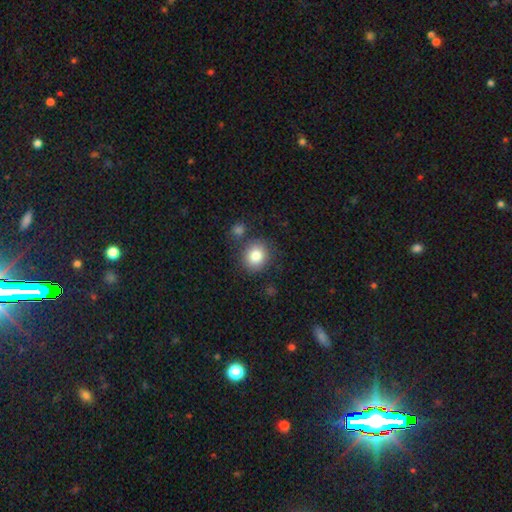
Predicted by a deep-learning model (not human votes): The model was most divided on "how rounded": round: 79%, in between: 20%, cigar-shaped: 1%. More confident: smooth or featured — smooth (84%); merging — none (77%).